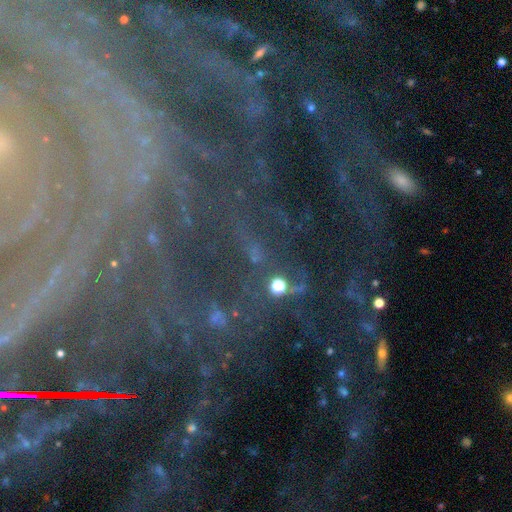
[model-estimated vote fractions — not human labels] Q: Smooth or featured?
A: star or artifact (54%); runner-up: featured or disk (35%)